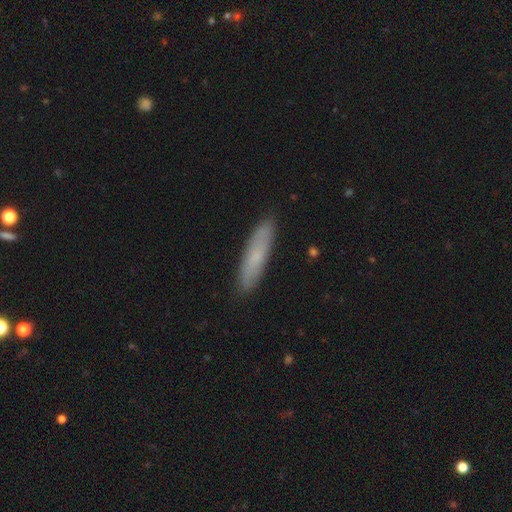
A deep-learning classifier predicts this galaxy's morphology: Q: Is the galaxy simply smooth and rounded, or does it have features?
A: smooth — 68%.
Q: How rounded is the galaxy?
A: cigar-shaped — 78%.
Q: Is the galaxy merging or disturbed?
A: none — 89%.